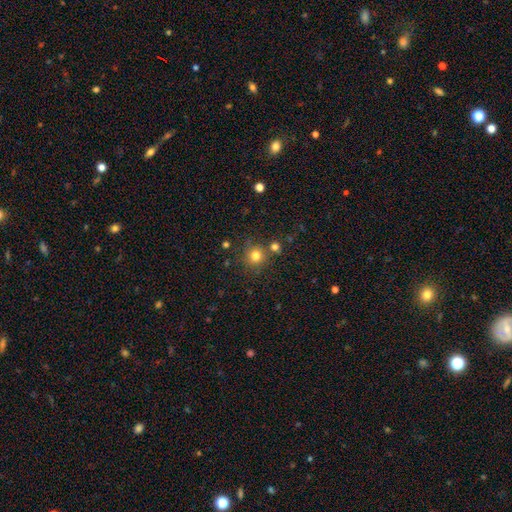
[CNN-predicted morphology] smooth-or-featured: smooth: 78% | star or artifact: 14% | featured or disk: 8%
  how-rounded: round: 92% | in between: 7% | cigar-shaped: 1%
  merging: none: 75% | merger: 12% | minor disturbance: 10% | major disturbance: 4%